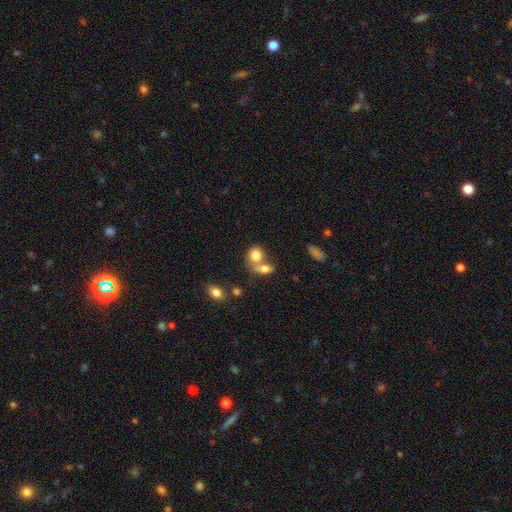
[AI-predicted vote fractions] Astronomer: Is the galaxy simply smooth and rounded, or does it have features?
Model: smooth — 79%.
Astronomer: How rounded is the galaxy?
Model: round — 57% (runner-up: in between, 41%).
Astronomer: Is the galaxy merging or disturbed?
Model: merger — 57%.